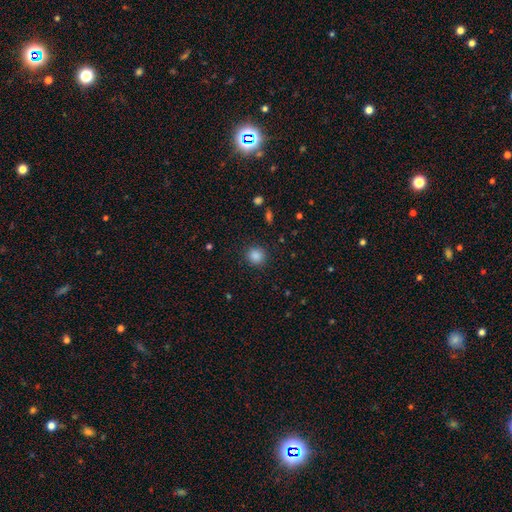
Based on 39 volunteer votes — Morphology: type=smooth (87%); roundness=round (94%); merging=none (86%).